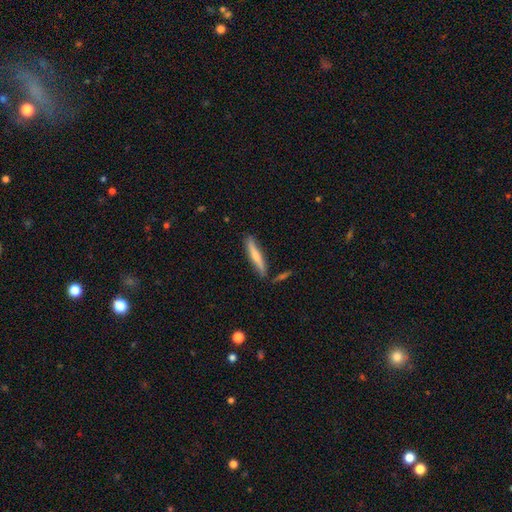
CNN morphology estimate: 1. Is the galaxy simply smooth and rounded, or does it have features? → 55% smooth, 39% featured or disk, 6% star or artifact.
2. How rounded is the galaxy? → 92% cigar-shaped, 7% in between, 1% round.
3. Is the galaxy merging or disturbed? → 81% none, 12% minor disturbance, 4% merger, 2% major disturbance.